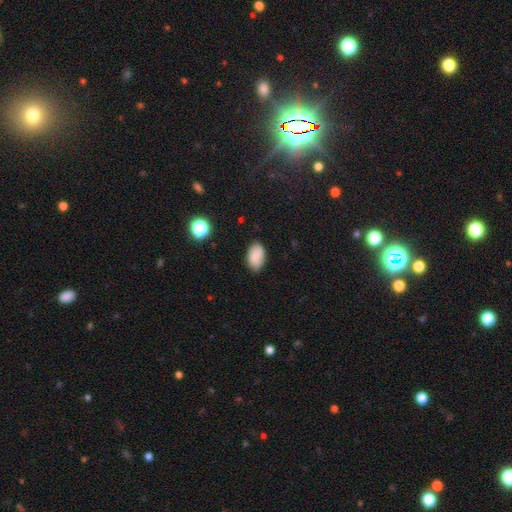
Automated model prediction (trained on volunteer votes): This appears to be a smooth galaxy with no disk features (86%) that is in between round and cigar-shaped (92%). Merging: none (81%).